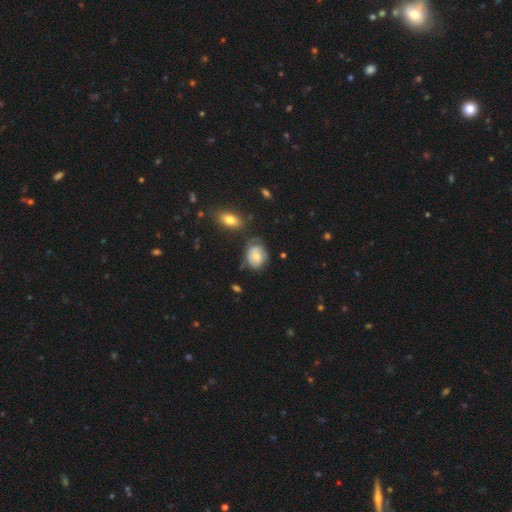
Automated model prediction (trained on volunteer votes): Smooth or featured? smooth (56%)
How rounded? in between (59%)
Merging? none (49%)